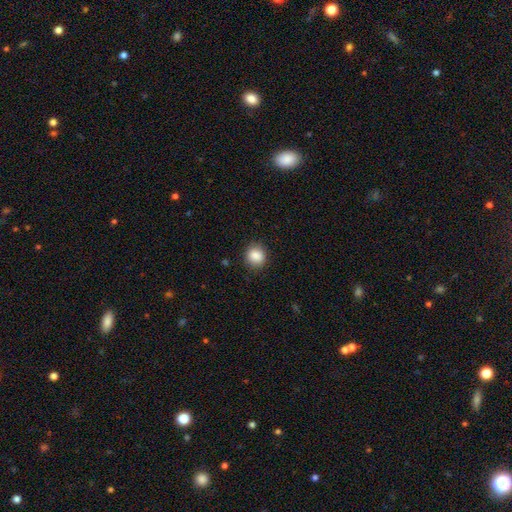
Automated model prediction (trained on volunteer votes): Smooth or featured? smooth (87%)
How rounded? round (78%)
Merging? none (86%)